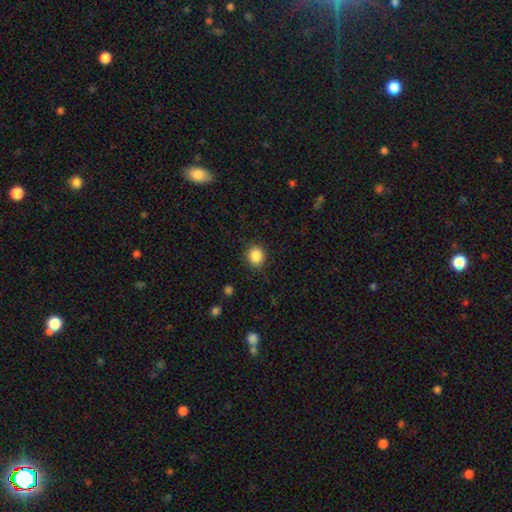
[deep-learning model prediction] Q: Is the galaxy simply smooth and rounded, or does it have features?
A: smooth — 87%.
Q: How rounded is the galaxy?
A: round — 83%.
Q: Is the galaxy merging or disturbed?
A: none — 87%.